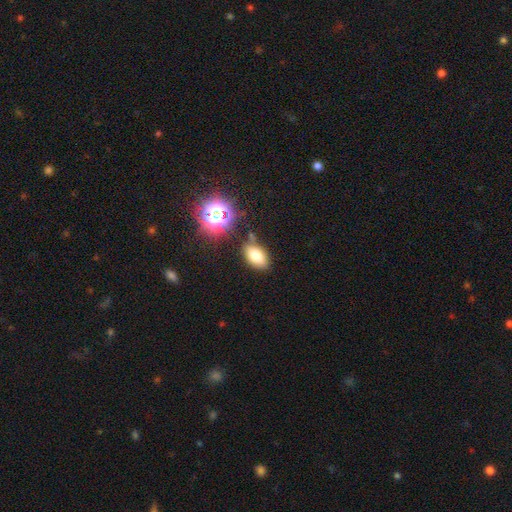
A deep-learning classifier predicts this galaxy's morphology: Overall: smooth (74%). How rounded: in between (87%). Merging: none (75%).